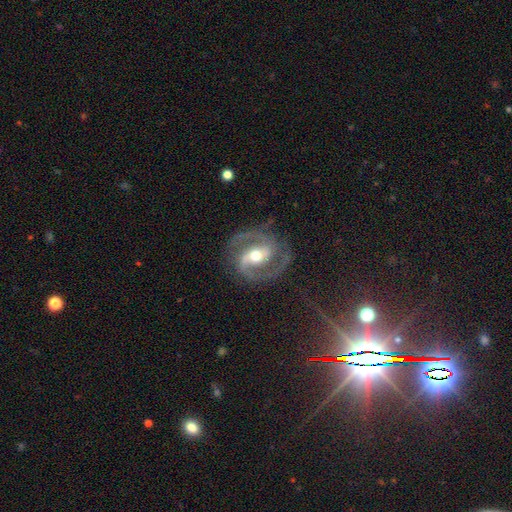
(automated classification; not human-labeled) This is clearly a featured or disk galaxy (91%). It is clearly not viewed edge-on (98%). Bar: marginally strong (41%). Spiral arm pattern: clearly yes (97%). Spiral arm count: clearly 2 (92%). Spiral winding: possibly medium (59%). Central bulge: likely moderate (72%). Merging: likely none (78%).